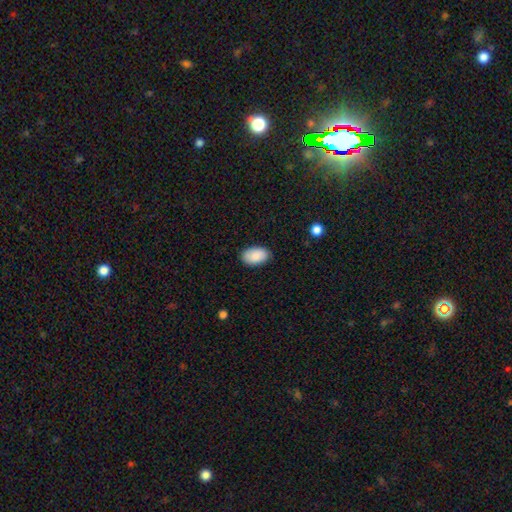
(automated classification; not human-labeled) Smooth or featured? smooth (88%)
How rounded? in between (93%)
Merging? none (84%)